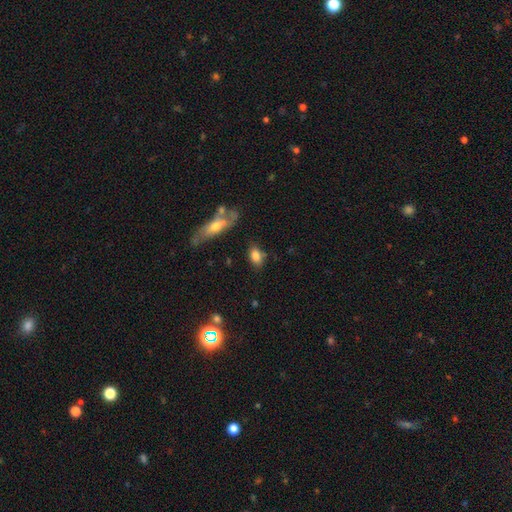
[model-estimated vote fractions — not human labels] Overall: smooth (79%). How rounded: in between (84%). Merging: none (69%).